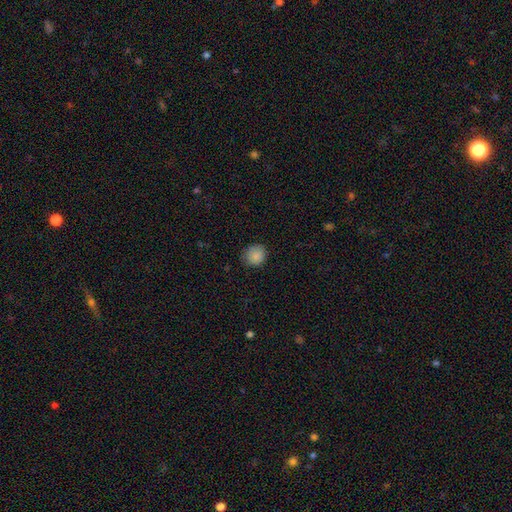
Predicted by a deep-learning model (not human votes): A smooth galaxy with no disk features (87%) that is round (80%).

Vote fractions:
- Smooth or featured? smooth: 87% / star or artifact: 9% / featured or disk: 4%
- How rounded? round: 80% / in between: 19% / cigar-shaped: 1%
- Merging? none: 81% / minor disturbance: 15% / major disturbance: 3% / merger: 1%